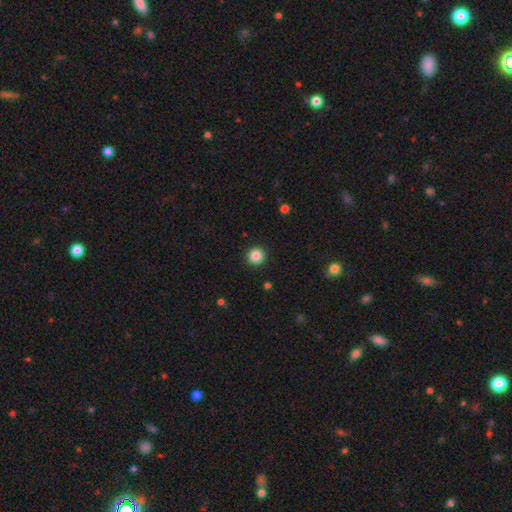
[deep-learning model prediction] smooth 86%, star or artifact 11%, featured or disk 3%. Down the decision tree: how rounded — round (96%); merging — none (93%).